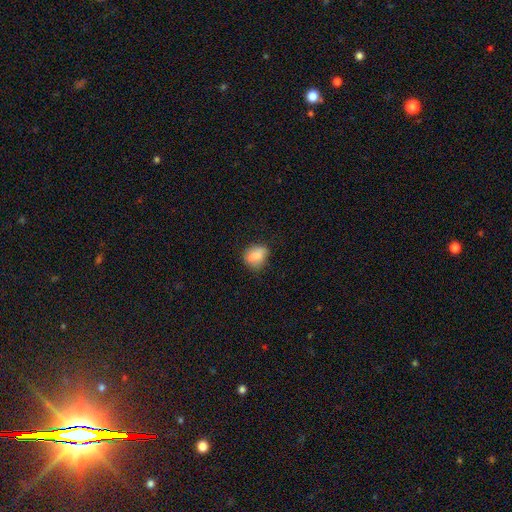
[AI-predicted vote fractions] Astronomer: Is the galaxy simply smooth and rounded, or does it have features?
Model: smooth — 76%.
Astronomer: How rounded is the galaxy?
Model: in between — 58% (runner-up: round, 38%).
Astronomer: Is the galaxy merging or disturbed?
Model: none — 61%.